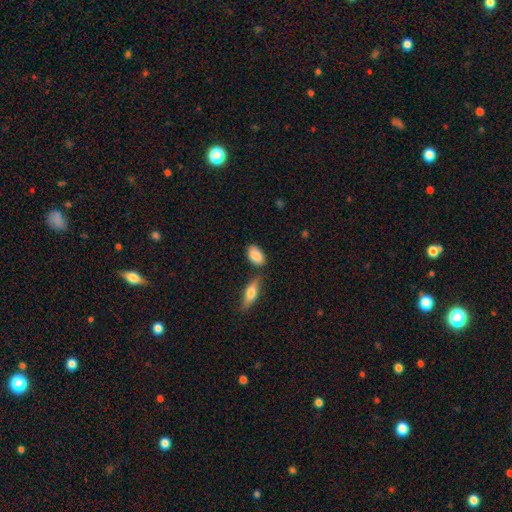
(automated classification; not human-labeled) smooth-or-featured: smooth: 86% | featured or disk: 8% | star or artifact: 6%
  how-rounded: in between: 91% | round: 5% | cigar-shaped: 4%
  merging: none: 70% | minor disturbance: 14% | merger: 12% | major disturbance: 3%